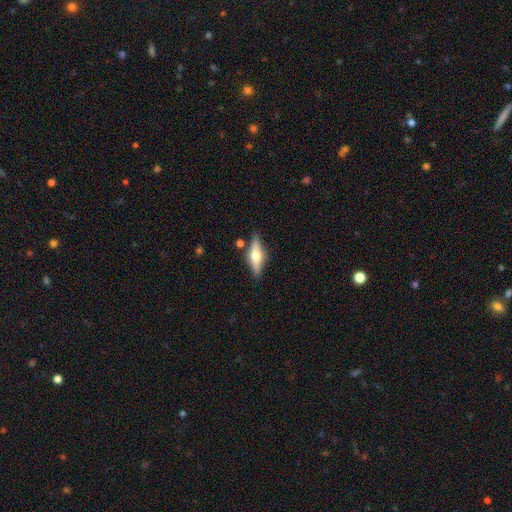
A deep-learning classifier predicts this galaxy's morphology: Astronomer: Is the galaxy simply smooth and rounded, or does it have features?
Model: featured or disk — 64%.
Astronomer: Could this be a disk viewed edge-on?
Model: yes — 95%.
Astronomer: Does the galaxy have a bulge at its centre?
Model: rounded — 94%.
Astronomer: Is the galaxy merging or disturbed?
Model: none — 82%.